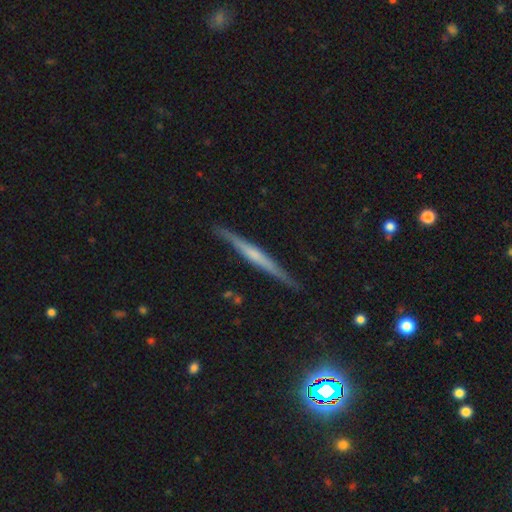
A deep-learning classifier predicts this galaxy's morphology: A featured or disk galaxy (63%) viewed edge-on (97%) with no central bulge (48%). Merging: none (87%).